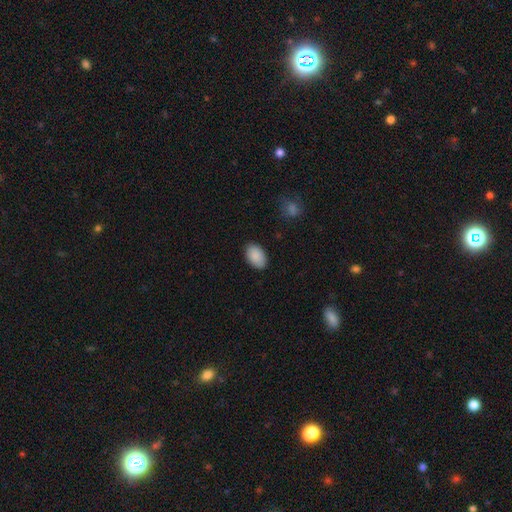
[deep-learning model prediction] The model was most divided on "merging": none: 86%, minor disturbance: 11%, major disturbance: 2%, merger: 1%. More confident: smooth or featured — smooth (90%); how rounded — in between (89%).